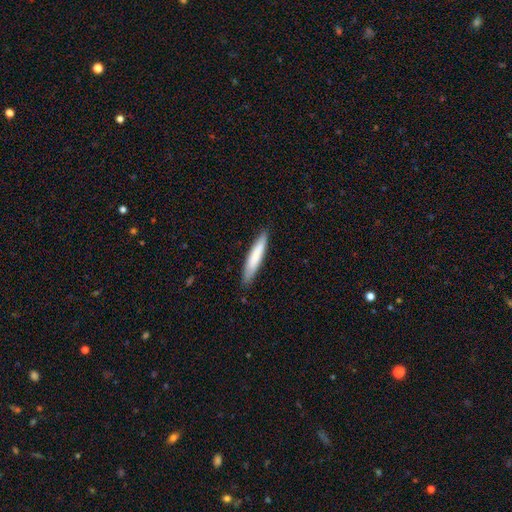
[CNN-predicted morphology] This appears to be a smooth galaxy with no disk features (77%) that is cigar-shaped (90%). Merging: none (87%).